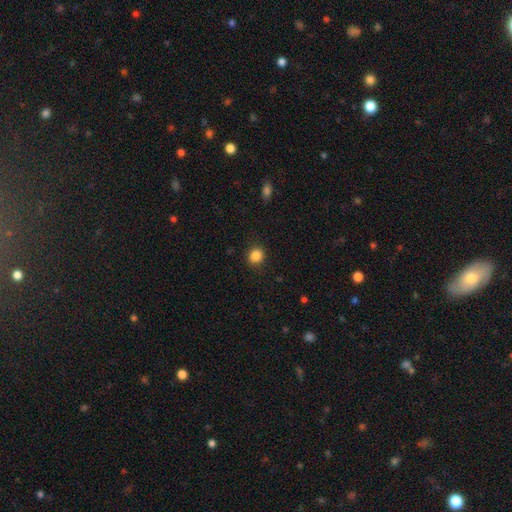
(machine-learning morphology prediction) A smooth galaxy with no disk features (86%) that is round (82%).

Vote fractions:
- Smooth or featured? smooth: 86% / star or artifact: 10% / featured or disk: 4%
- How rounded? round: 82% / in between: 17% / cigar-shaped: 1%
- Merging? none: 89% / minor disturbance: 7% / major disturbance: 2% / merger: 1%